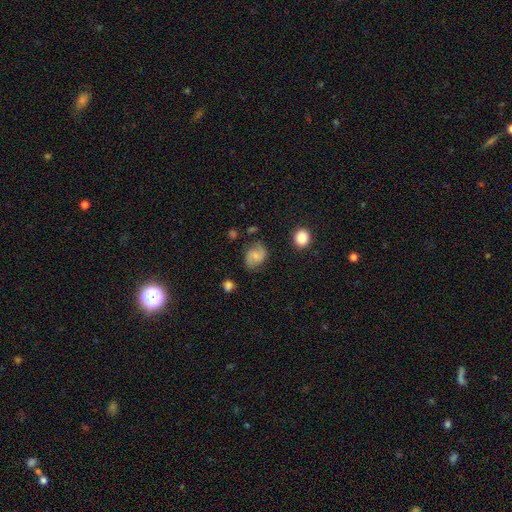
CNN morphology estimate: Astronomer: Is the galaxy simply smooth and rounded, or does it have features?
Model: featured or disk — 47% (runner-up: smooth, 43%).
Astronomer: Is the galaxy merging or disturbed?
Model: none — 73%.